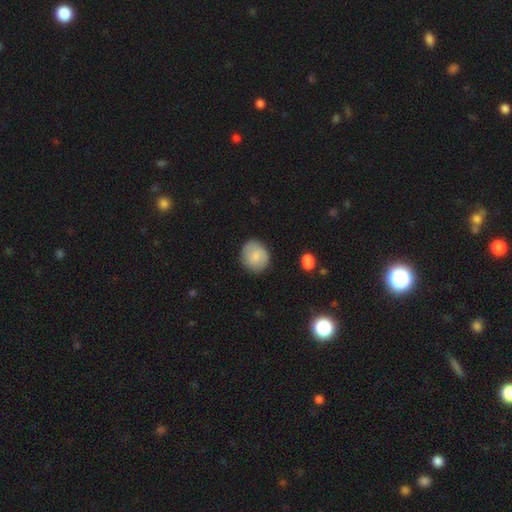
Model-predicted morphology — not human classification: smooth 71%, featured or disk 22%, star or artifact 7%. Down the decision tree: how rounded — round (76%); merging — none (82%).